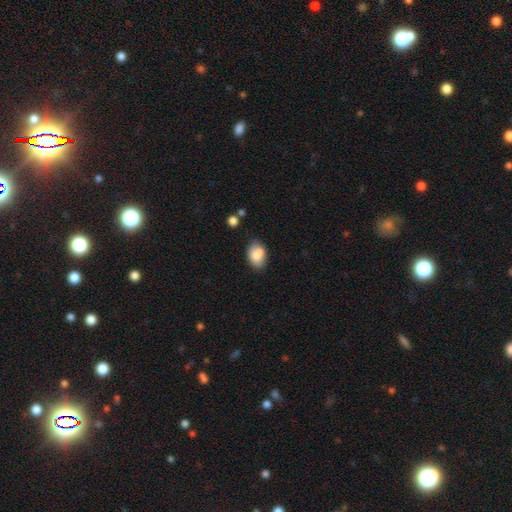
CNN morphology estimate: type=smooth (82%); roundness=in between (83%); merging=none (68%).